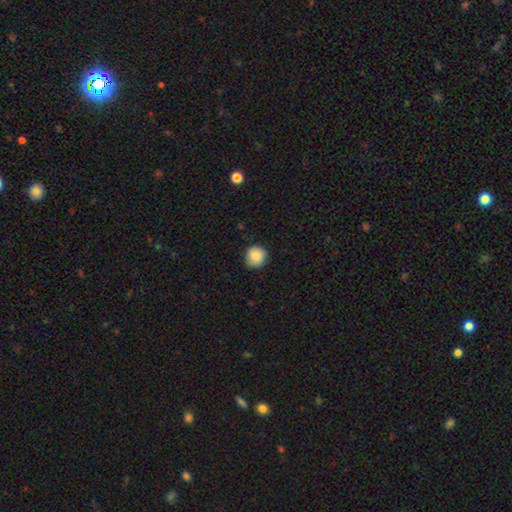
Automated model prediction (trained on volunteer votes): Smooth or featured? smooth (87%)
How rounded? round (93%)
Merging? none (86%)